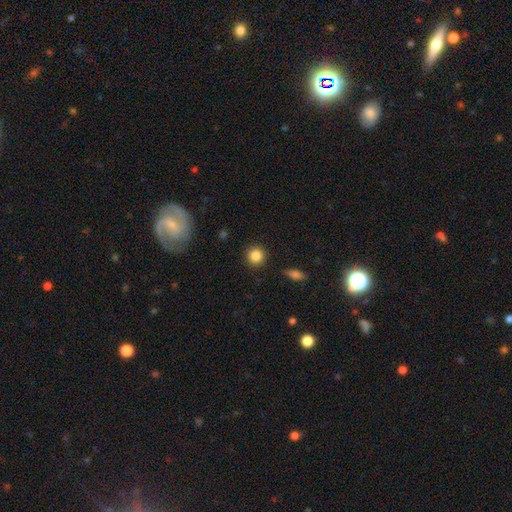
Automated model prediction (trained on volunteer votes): Q: Smooth or featured?
A: smooth (85%); runner-up: star or artifact (10%)
Q: How rounded?
A: round (93%); runner-up: in between (6%)
Q: Merging?
A: none (91%); runner-up: minor disturbance (6%)